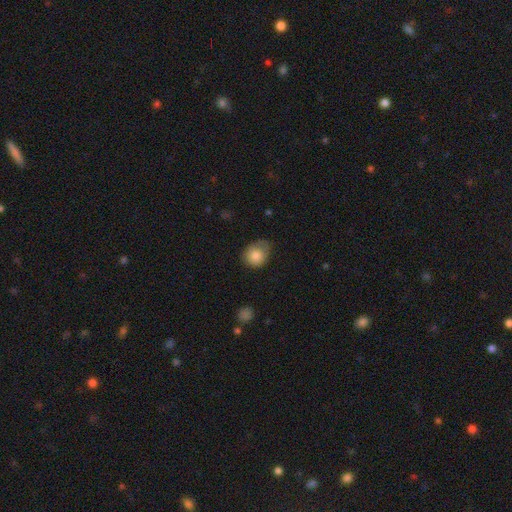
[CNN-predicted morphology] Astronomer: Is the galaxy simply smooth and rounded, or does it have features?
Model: smooth — 81%.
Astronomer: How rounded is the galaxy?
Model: round — 60% (runner-up: in between, 39%).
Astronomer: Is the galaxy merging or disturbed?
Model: none — 52% (runner-up: minor disturbance, 35%).